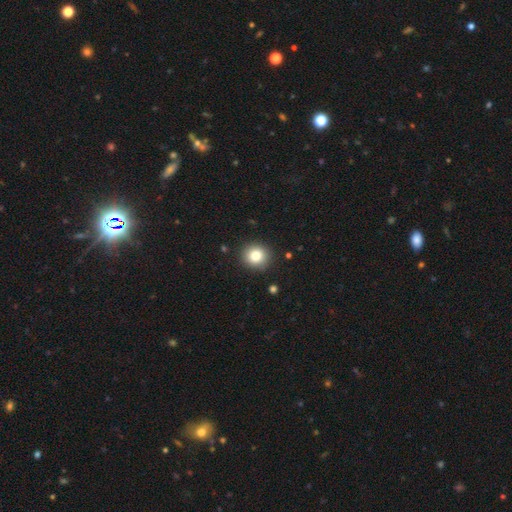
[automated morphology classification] The model was most divided on "smooth or featured": smooth: 83%, star or artifact: 10%, featured or disk: 7%. More confident: merging — none (90%); how rounded — round (90%).